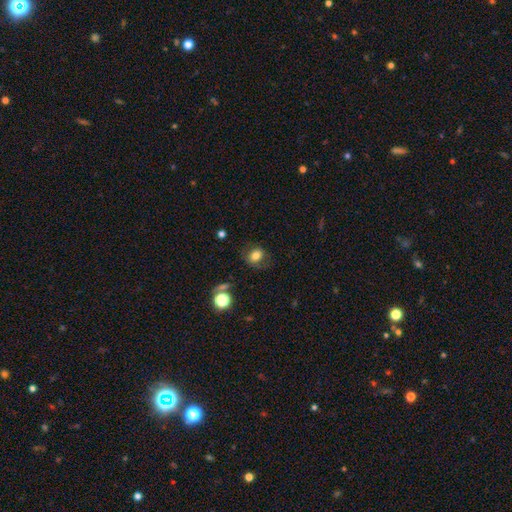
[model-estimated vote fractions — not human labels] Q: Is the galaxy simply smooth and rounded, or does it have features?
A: smooth — 73%.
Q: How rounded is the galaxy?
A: round — 50%.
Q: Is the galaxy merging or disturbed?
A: none — 69%.